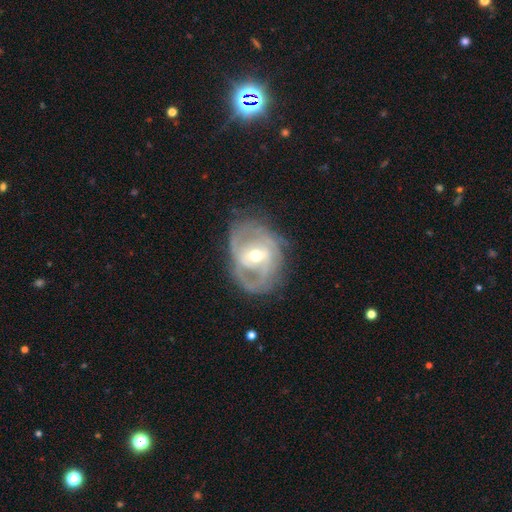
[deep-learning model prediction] smooth-or-featured: featured or disk: 83% | smooth: 12% | star or artifact: 6%
  disk-edge-on: no: 96% | yes: 4%
    bar: weak: 46% | no: 28% | strong: 26%
    has-spiral-arms: yes: 86% | no: 14%
      spiral-winding: tight: 43% | medium: 41% | loose: 16%
      spiral-arm-count: 2: 54% | can't tell: 23% | 3: 12% | 1: 5% | 4: 3% | more than 4: 2%
    bulge-size: moderate: 60% | small: 34% | large: 3% | none: 1% | dominant: 1%
  merging: none: 66% | minor disturbance: 20% | major disturbance: 12% | merger: 2%